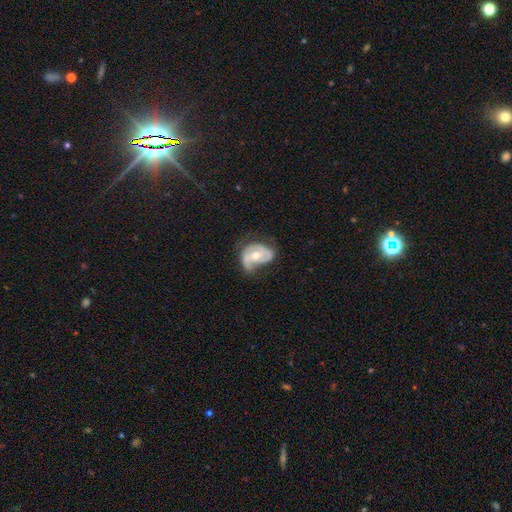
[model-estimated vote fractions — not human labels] Smooth or featured: featured or disk — 71% (smooth — 24%)
Edge-on disk: no — 97% (yes — 3%)
Bar: no — 60% (weak — 28%)
Spiral arms: yes — 73% (no — 27%)
Spiral winding: medium — 38% (tight — 34%)
Spiral arm count: 2 — 50% (1 — 23%)
Bulge size: moderate — 69% (small — 25%)
Merging: minor disturbance — 34% (none — 33%)